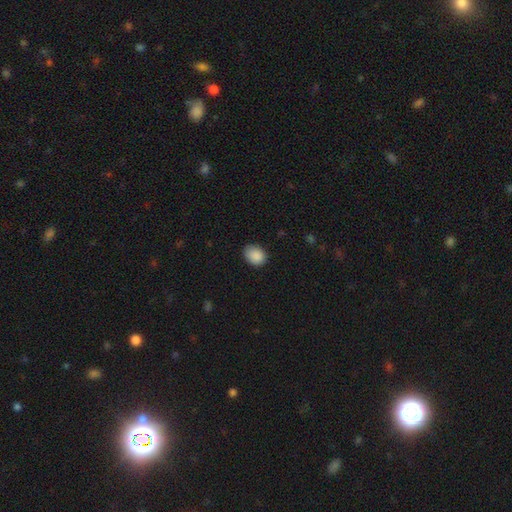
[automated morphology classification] A smooth galaxy with no disk features (89%) that is in between round and cigar-shaped (60%). Merging: none (77%).